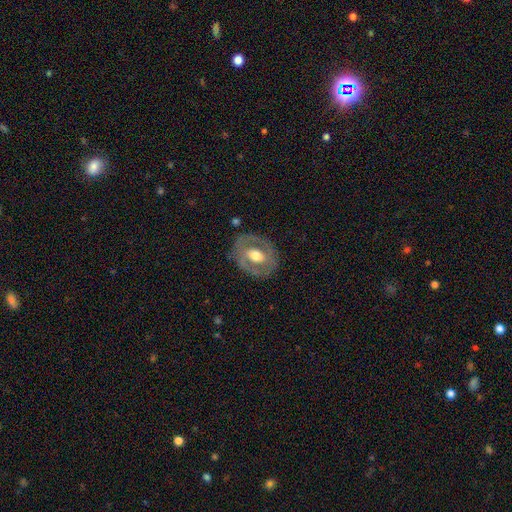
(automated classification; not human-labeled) Overall: featured or disk (60%; smooth 34%). Edge-on disk: no (93%). Bar: no (53%; weak 31%). Spiral arms: no (73%). Bulge size: moderate (66%). Merging: none (77%).